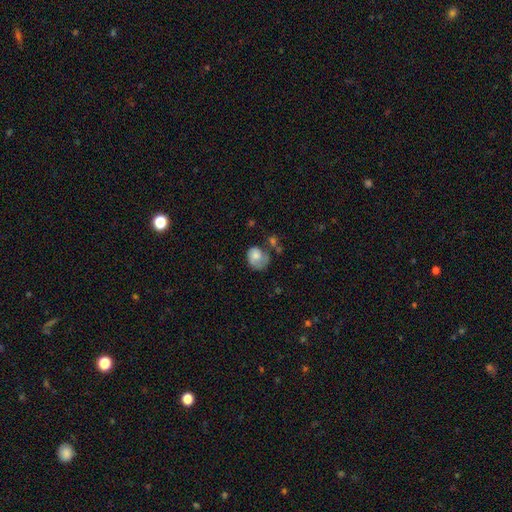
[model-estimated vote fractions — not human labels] Smooth or featured? smooth (64%)
How rounded? round (52%)
Merging? none (35%)